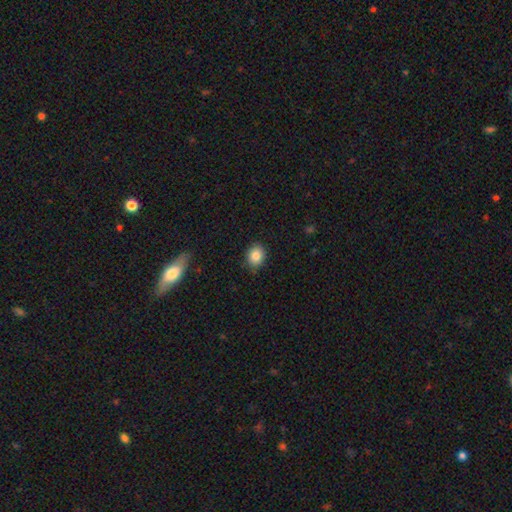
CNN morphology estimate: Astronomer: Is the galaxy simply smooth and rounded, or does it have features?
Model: smooth — 85%.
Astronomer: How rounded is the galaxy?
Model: round — 50% (runner-up: in between, 49%).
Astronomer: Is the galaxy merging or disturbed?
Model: none — 88%.